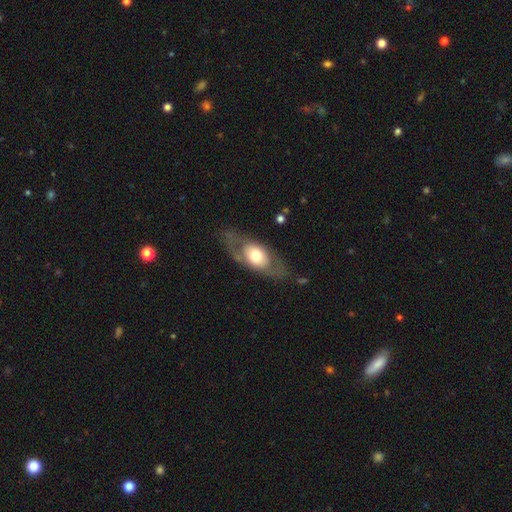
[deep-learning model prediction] Smooth or featured? featured or disk (53%)
Edge-on disk? no (81%)
Merging? none (71%)